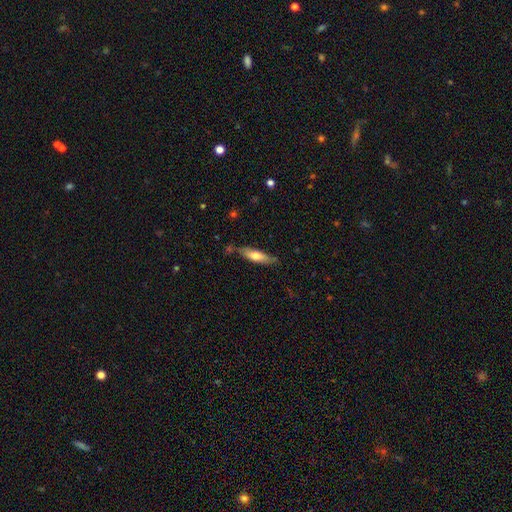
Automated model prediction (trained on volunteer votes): Smooth or featured? smooth (60%)
How rounded? cigar-shaped (66%)
Merging? none (74%)